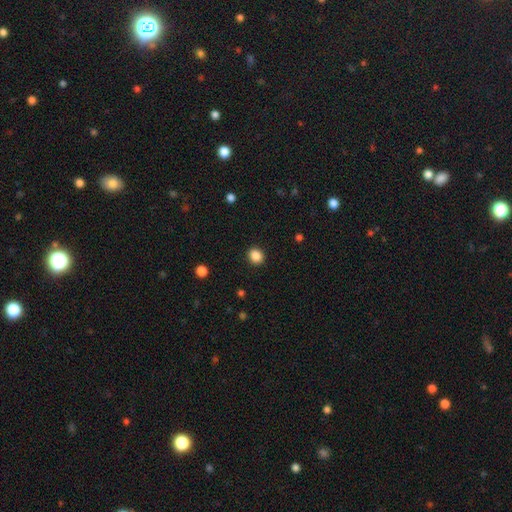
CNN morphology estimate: smooth-or-featured: smooth: 87% | star or artifact: 10% | featured or disk: 3%
  how-rounded: round: 75% | in between: 24% | cigar-shaped: 1%
  merging: none: 91% | minor disturbance: 6% | major disturbance: 2% | merger: 1%